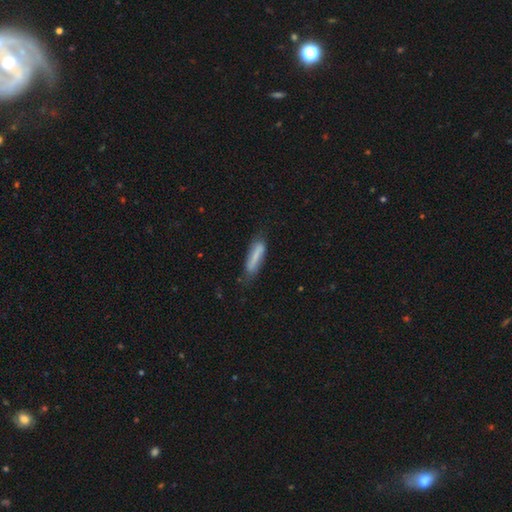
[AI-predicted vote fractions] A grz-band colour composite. It shows a smooth galaxy with no disk features (69%) that is cigar-shaped (74%). Merging: none (69%).